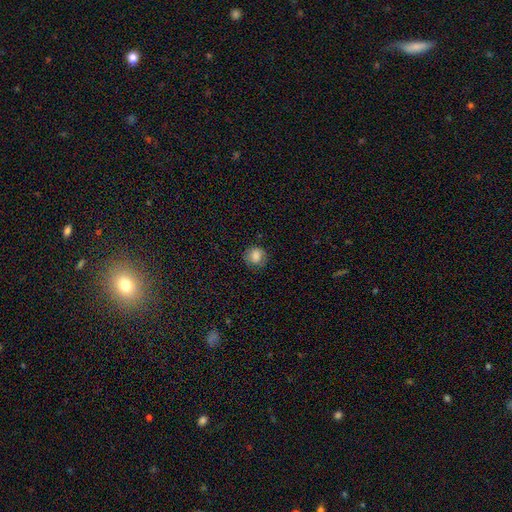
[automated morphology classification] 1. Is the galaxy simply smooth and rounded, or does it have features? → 82% smooth, 10% star or artifact, 8% featured or disk.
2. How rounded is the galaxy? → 83% round, 16% in between, 1% cigar-shaped.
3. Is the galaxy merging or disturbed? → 78% none, 17% minor disturbance, 5% major disturbance, 1% merger.